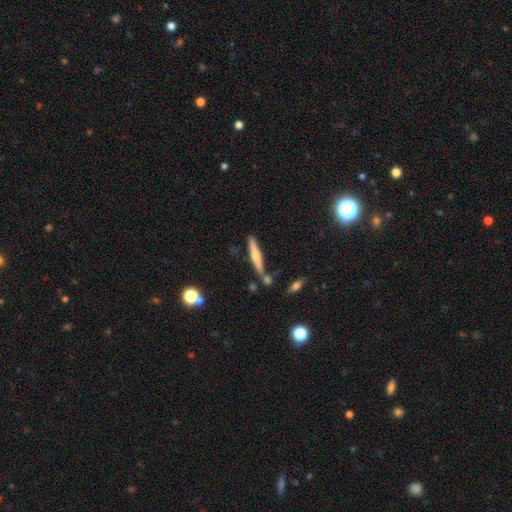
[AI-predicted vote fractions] Overall: smooth (52%; featured or disk 41%). How rounded: cigar-shaped (92%). Merging: none (76%).